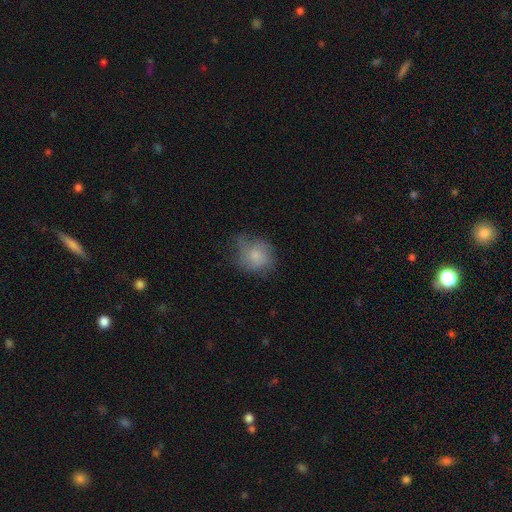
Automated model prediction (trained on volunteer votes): This appears to be a smooth galaxy with no disk features (69%) that is round (70%). Merging: none (49%).